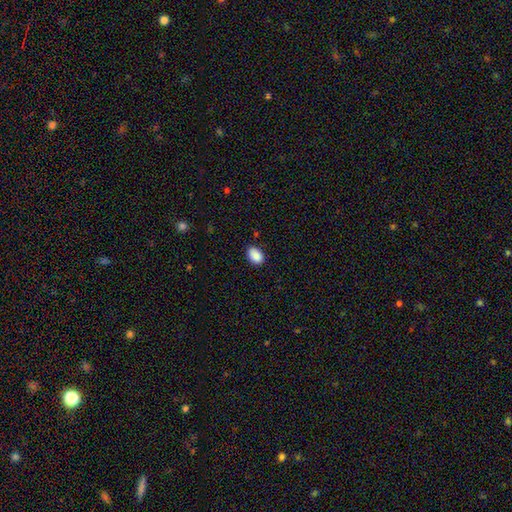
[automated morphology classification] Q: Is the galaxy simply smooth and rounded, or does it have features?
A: smooth — 89%.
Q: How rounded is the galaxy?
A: in between — 86%.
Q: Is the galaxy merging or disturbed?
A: none — 83%.